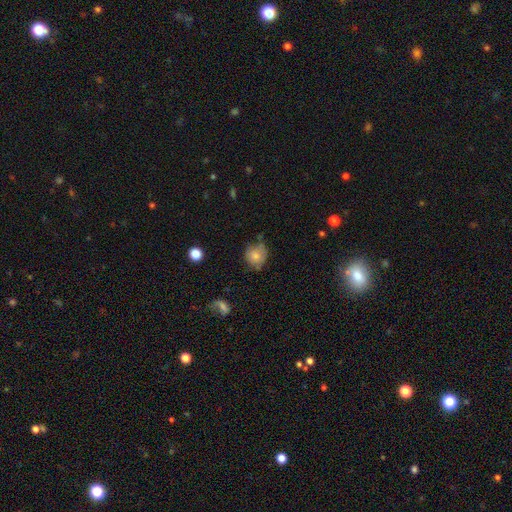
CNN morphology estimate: This is likely a smooth galaxy (74%). How rounded: clearly round (80%). Merging: possibly none (54%).